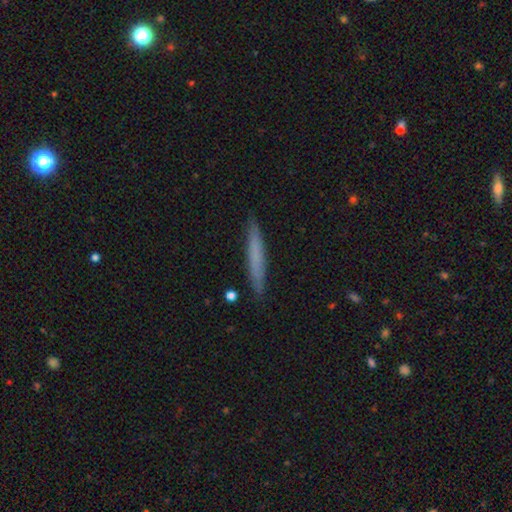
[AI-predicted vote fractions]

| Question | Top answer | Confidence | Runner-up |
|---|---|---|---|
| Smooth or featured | smooth | 66% | featured or disk (28%) |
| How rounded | cigar-shaped | 96% | in between (3%) |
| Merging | none | 90% | minor disturbance (8%) |